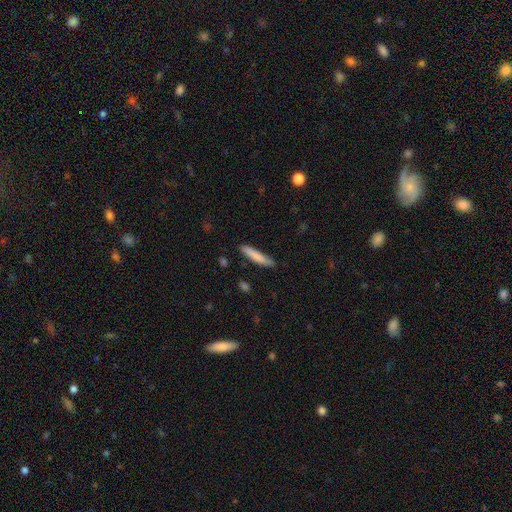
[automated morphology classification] smooth 82%, featured or disk 13%, star or artifact 6%. Down the decision tree: how rounded — cigar-shaped (91%); merging — none (85%).